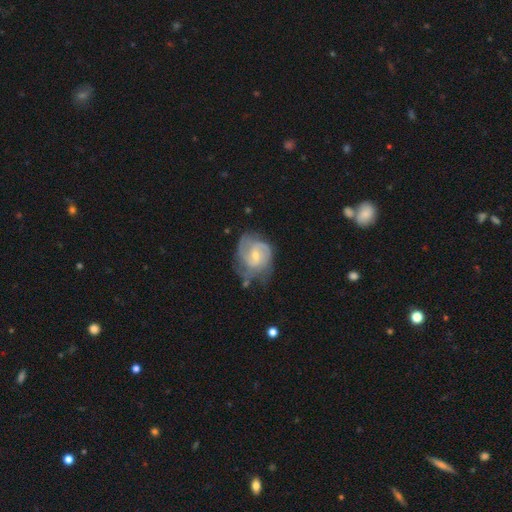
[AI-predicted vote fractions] A featured or disk galaxy (84%) with a weak bar (54%), 2 (50%) medium (47%) spiral arms (95%) and a small central bulge (58%). Merging: none (54%).